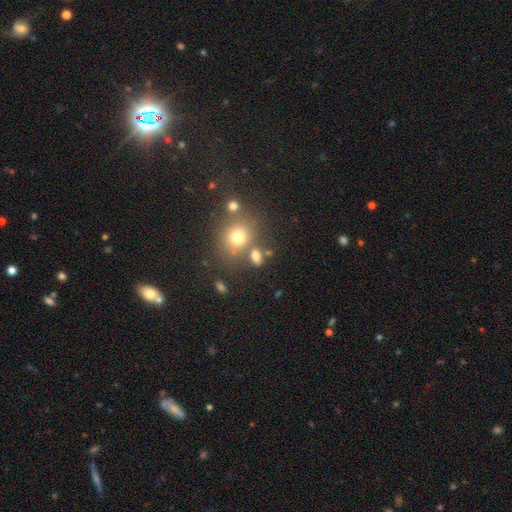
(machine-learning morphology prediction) Smooth or featured?
  - smooth: 73% *
  - star or artifact: 16%
  - featured or disk: 11%
How rounded?
  - in between: 59% *
  - round: 39%
  - cigar-shaped: 2%
Merging?
  - none: 60% *
  - merger: 21%
  - minor disturbance: 12%
  - major disturbance: 6%